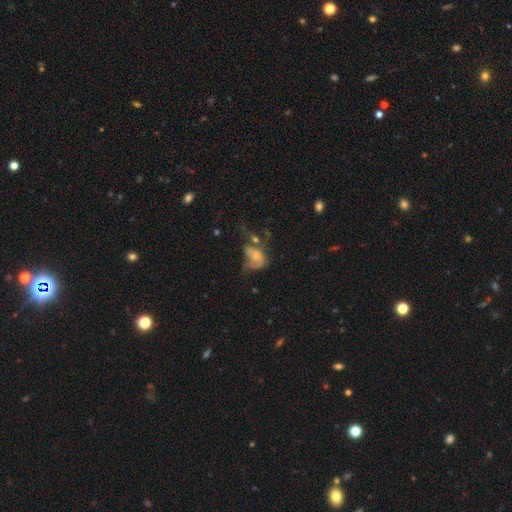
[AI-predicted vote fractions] The model was most divided on "merging": major disturbance: 39%, merger: 25%, minor disturbance: 18%, none: 18%. More confident: how rounded — in between (72%); smooth or featured — smooth (52%).